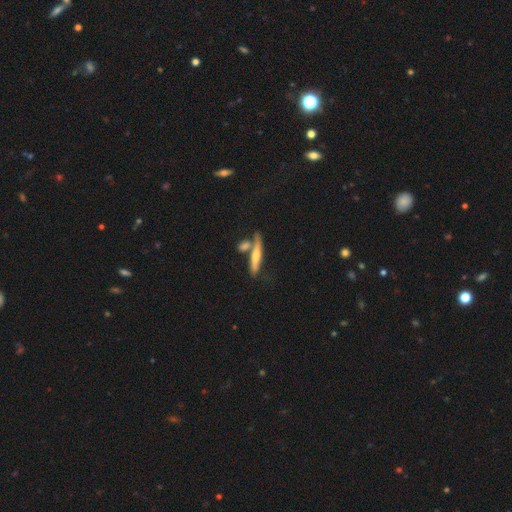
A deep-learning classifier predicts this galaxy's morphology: Smooth or featured? Predicted: smooth (p=0.49). Merging? Predicted: none (p=0.52).